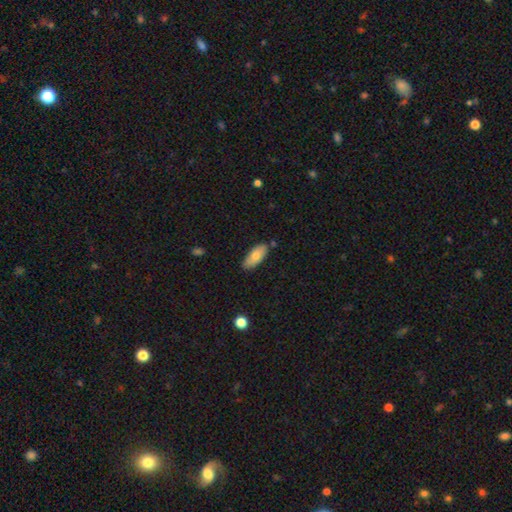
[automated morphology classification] smooth_or_featured: smooth (p=0.77) [alt: featured or disk p=0.17]
how_rounded: in between (p=0.84) [alt: cigar-shaped p=0.14]
merging: none (p=0.81) [alt: minor disturbance p=0.14]